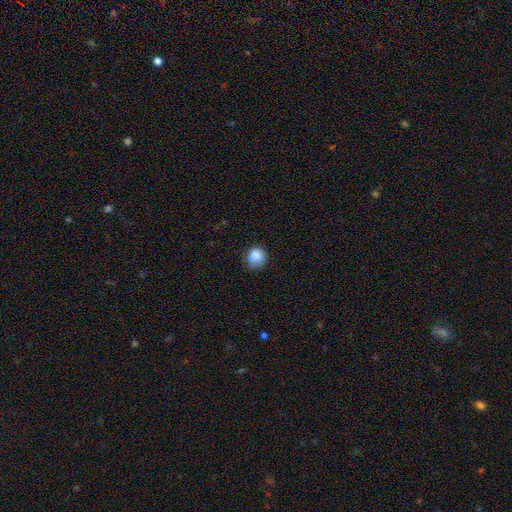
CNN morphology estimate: type=smooth (86%); roundness=round (81%); merging=none (69%).